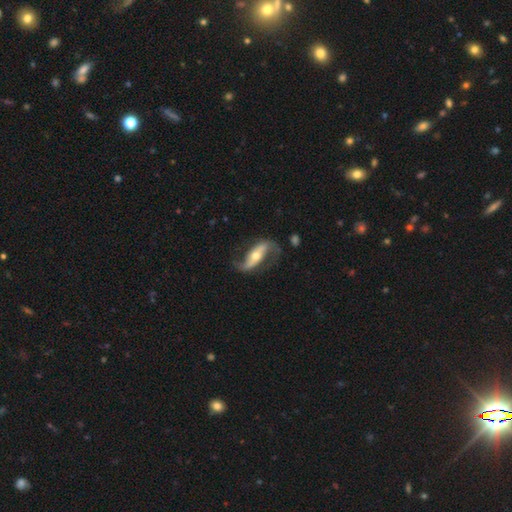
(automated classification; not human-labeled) Morphology: type=featured or disk (86%); edge-on=no (90%); bar=strong (47%); spiral arms=yes (94%); winding=loose (70%); arm count=2 (92%); bulge=moderate (62%); merging=none (72%).